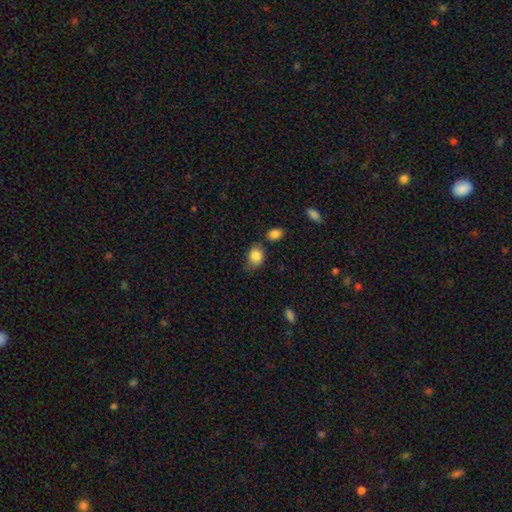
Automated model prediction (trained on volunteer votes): smooth_or_featured: smooth (p=0.86) [alt: star or artifact p=0.08]
how_rounded: in between (p=0.64) [alt: round p=0.35]
merging: none (p=0.62) [alt: minor disturbance p=0.25]